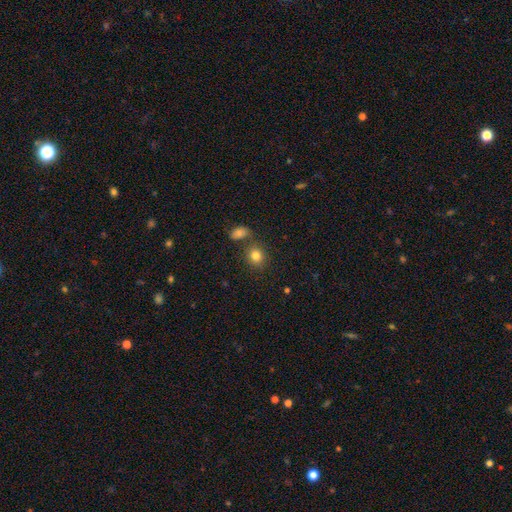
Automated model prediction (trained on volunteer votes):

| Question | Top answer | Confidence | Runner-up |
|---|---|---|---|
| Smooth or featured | smooth | 81% | star or artifact (11%) |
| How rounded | round | 69% | in between (30%) |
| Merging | none | 70% | merger (16%) |